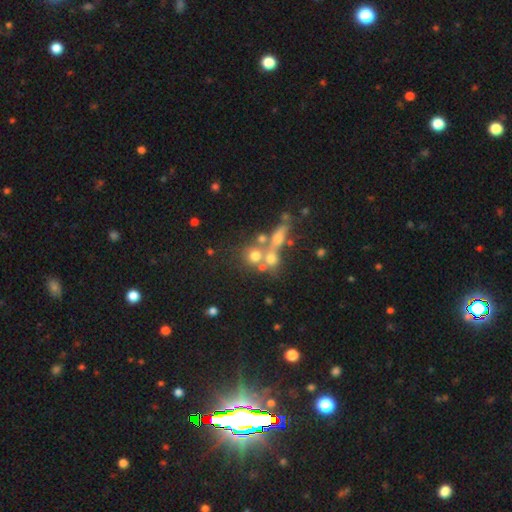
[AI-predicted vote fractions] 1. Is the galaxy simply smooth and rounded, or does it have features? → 56% smooth, 25% featured or disk, 20% star or artifact.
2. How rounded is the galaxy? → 81% round, 15% in between, 4% cigar-shaped.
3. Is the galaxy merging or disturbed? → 43% none, 42% merger, 8% minor disturbance, 7% major disturbance.